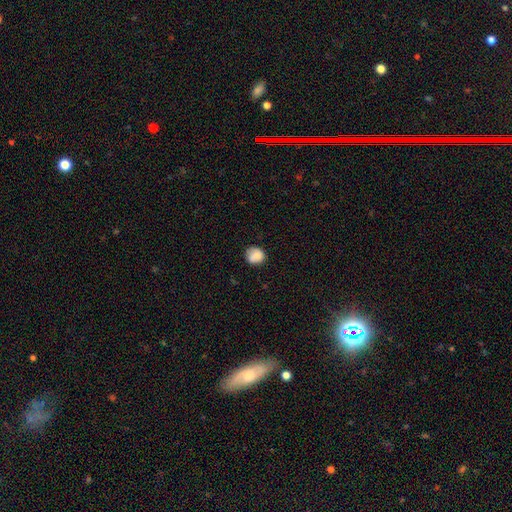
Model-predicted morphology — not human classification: Overall: smooth (81%). How rounded: round (76%). Merging: none (68%).